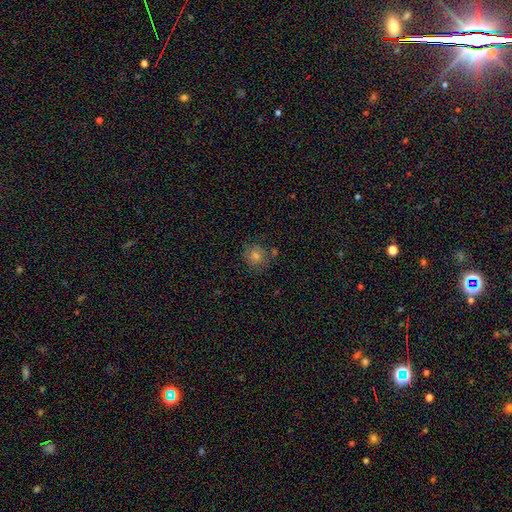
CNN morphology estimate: Q: Smooth or featured?
A: smooth (67%); runner-up: star or artifact (22%)
Q: How rounded?
A: round (90%); runner-up: in between (9%)
Q: Merging?
A: none (78%); runner-up: minor disturbance (13%)